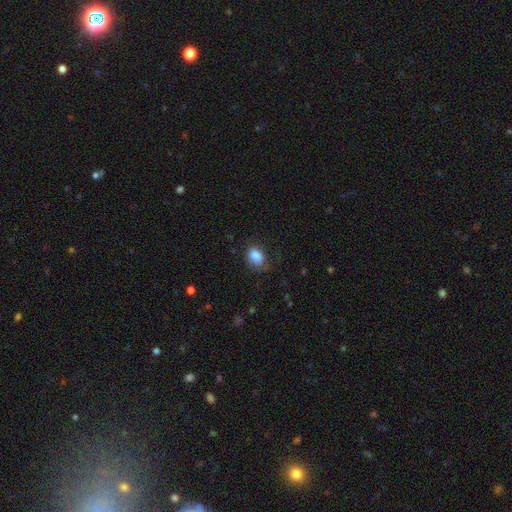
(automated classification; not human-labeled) smooth 86%, star or artifact 8%, featured or disk 6%. Down the decision tree: how rounded — in between (78%); merging — none (71%).